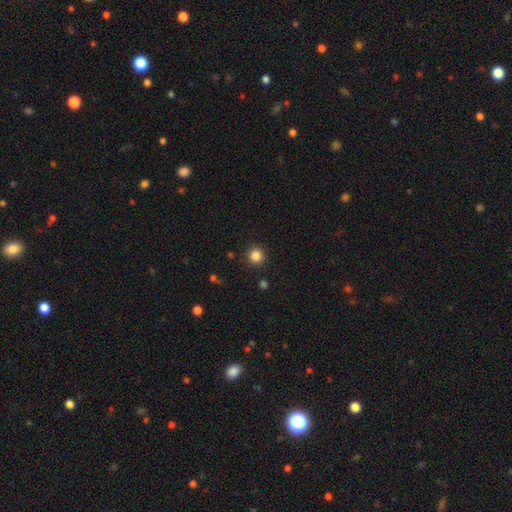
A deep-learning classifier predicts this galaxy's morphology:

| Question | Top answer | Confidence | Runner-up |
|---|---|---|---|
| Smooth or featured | smooth | 85% | star or artifact (11%) |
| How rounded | round | 94% | in between (5%) |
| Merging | none | 91% | minor disturbance (6%) |